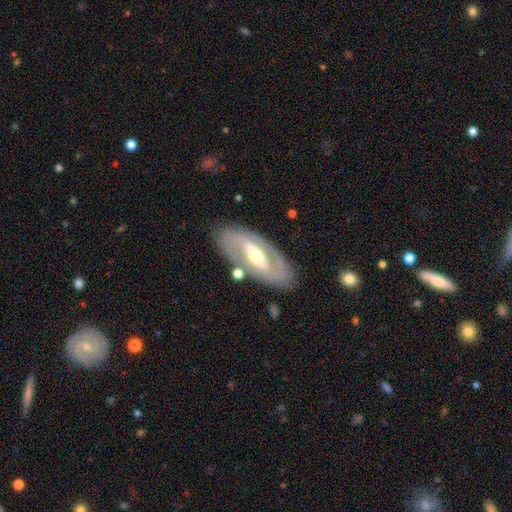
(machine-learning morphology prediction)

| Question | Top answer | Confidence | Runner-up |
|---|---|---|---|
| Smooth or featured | featured or disk | 77% | smooth (18%) |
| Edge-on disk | no | 90% | yes (10%) |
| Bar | strong | 36% | no (33%) |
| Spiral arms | yes | 60% | no (40%) |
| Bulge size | moderate | 61% | small (31%) |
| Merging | none | 80% | minor disturbance (13%) |